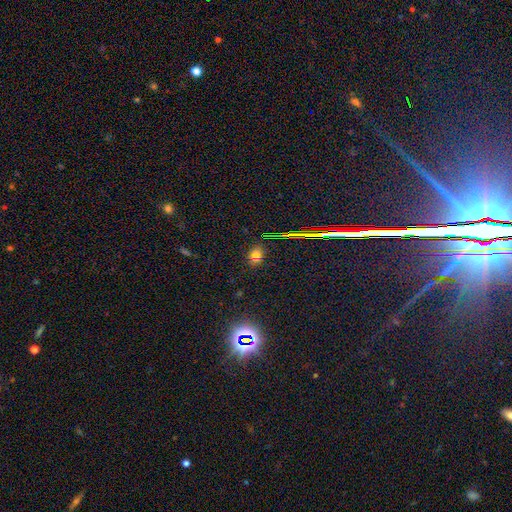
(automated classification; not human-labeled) Smooth or featured? smooth (57%)
How rounded? in between (59%)
Merging? none (81%)